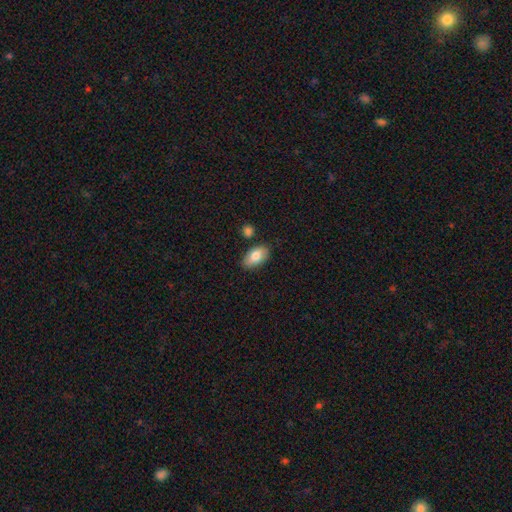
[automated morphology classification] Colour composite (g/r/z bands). It shows a smooth galaxy with no disk features (80%) that is in between round and cigar-shaped (93%). Merging: none (81%).